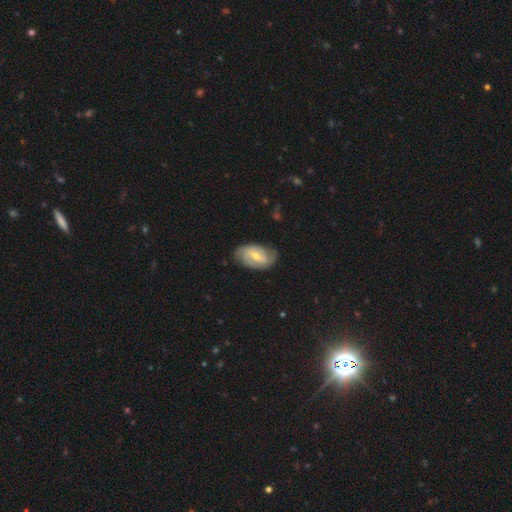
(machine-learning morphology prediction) Smooth or featured: featured or disk — 72% (smooth — 23%)
Edge-on disk: no — 96% (yes — 4%)
Bar: weak — 52% (strong — 28%)
Spiral arms: yes — 88% (no — 12%)
Spiral winding: medium — 41% (tight — 37%)
Spiral arm count: 2 — 68% (can't tell — 18%)
Bulge size: moderate — 51% (small — 45%)
Merging: none — 74% (minor disturbance — 20%)